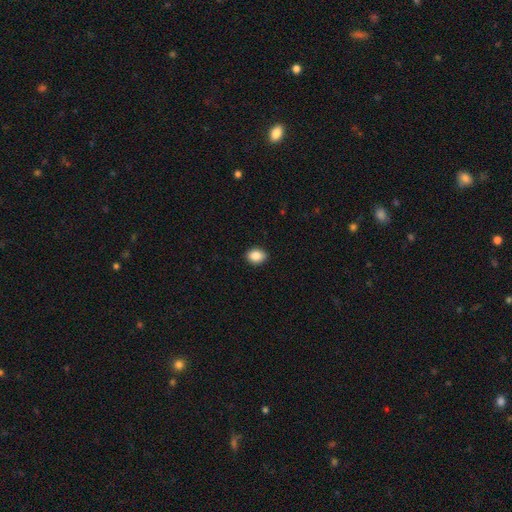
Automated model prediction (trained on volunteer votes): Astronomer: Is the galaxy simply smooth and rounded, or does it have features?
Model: smooth — 87%.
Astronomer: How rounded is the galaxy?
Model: in between — 60% (runner-up: round, 39%).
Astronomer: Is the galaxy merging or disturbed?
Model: none — 90%.